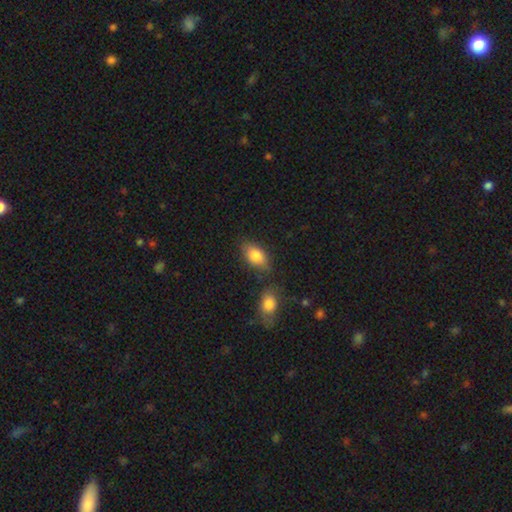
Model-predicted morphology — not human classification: smooth 83%, featured or disk 10%, star or artifact 7%. Down the decision tree: how rounded — in between (90%); merging — none (72%).